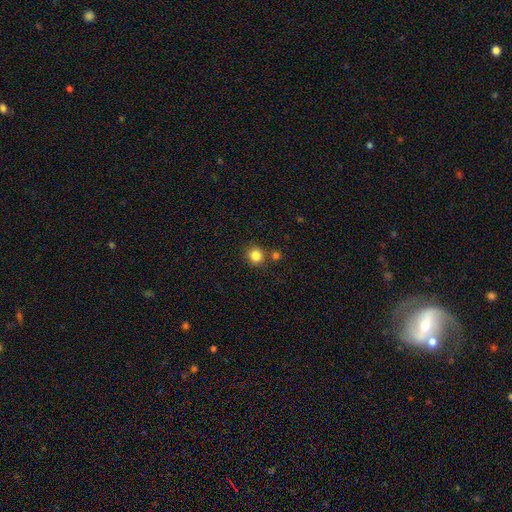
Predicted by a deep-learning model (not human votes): A smooth galaxy with no disk features (83%) that is round (90%).

Vote fractions:
- Smooth or featured? smooth: 83% / star or artifact: 11% / featured or disk: 5%
- How rounded? round: 90% / in between: 9% / cigar-shaped: 1%
- Merging? none: 76% / merger: 12% / minor disturbance: 9% / major disturbance: 3%